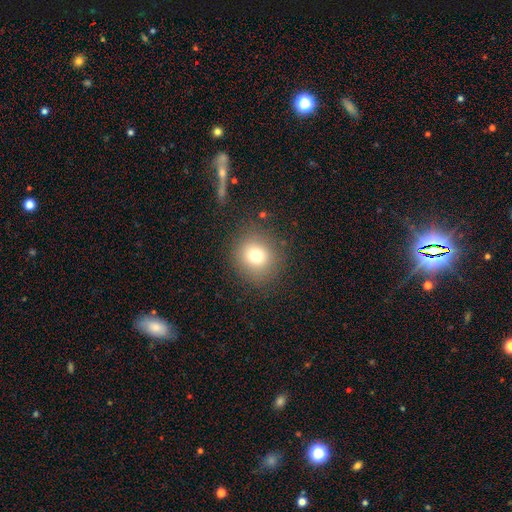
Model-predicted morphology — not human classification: type=smooth (75%); roundness=round (87%); merging=none (85%).